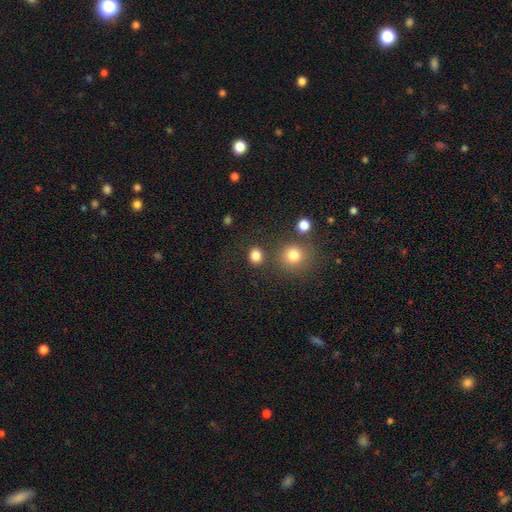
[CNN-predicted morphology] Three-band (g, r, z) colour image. It shows a smooth galaxy with no disk features (82%) that is round (67%). Merging: none (81%).